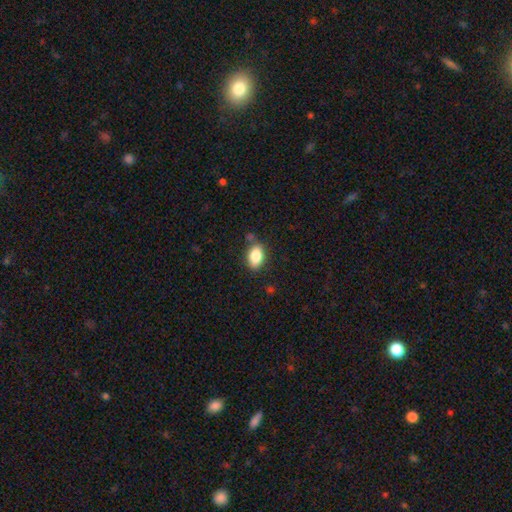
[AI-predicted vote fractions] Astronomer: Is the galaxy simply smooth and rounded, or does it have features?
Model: smooth — 84%.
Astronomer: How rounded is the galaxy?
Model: in between — 88%.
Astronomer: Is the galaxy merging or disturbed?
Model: none — 79%.